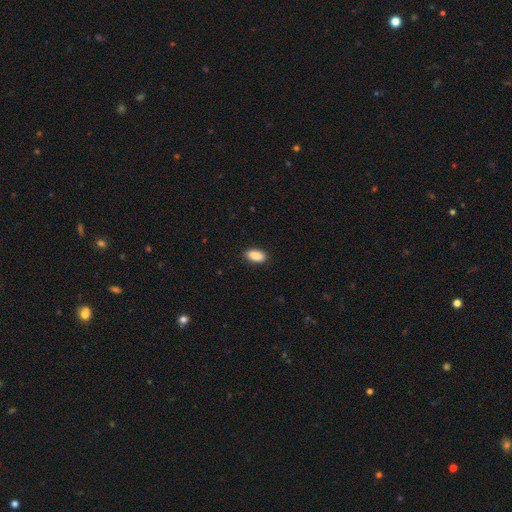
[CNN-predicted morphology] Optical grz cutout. It shows a smooth galaxy with no disk features (90%) that is in between round and cigar-shaped (92%). Merging: none (88%).